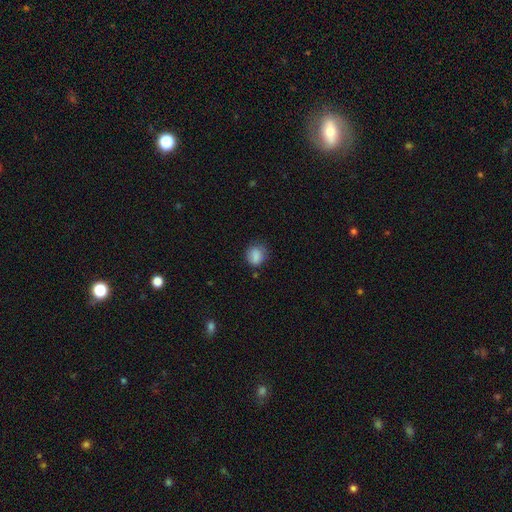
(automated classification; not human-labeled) A smooth galaxy with no disk features (82%) that is round (62%).

Vote fractions:
- Smooth or featured? smooth: 82% / featured or disk: 9% / star or artifact: 9%
- How rounded? round: 62% / in between: 37% / cigar-shaped: 1%
- Merging? none: 66% / minor disturbance: 25% / major disturbance: 7% / merger: 2%